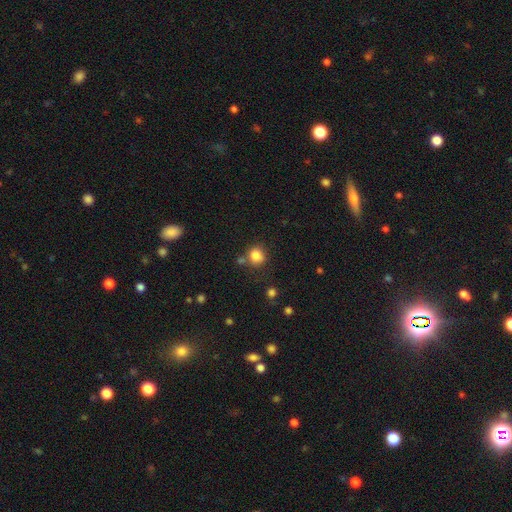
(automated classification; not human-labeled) Q: Smooth or featured?
A: smooth (83%); runner-up: star or artifact (11%)
Q: How rounded?
A: round (83%); runner-up: in between (16%)
Q: Merging?
A: none (71%); runner-up: minor disturbance (14%)